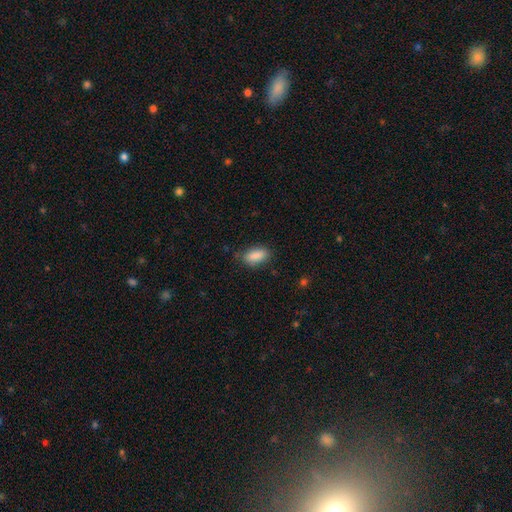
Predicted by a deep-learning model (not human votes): Overall: smooth (88%). How rounded: in between (87%). Merging: none (77%).